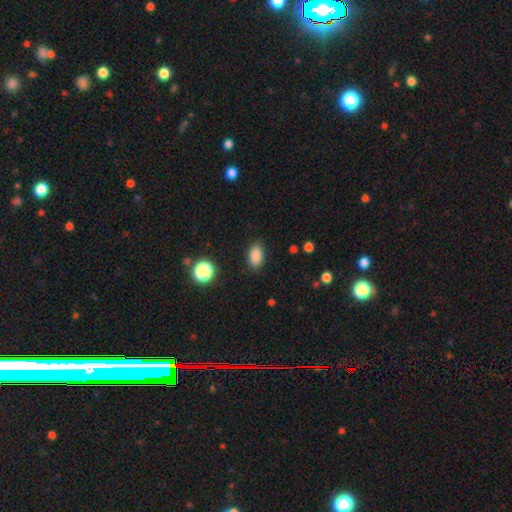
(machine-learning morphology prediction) Overall: smooth (86%). How rounded: in between (89%). Merging: none (87%).